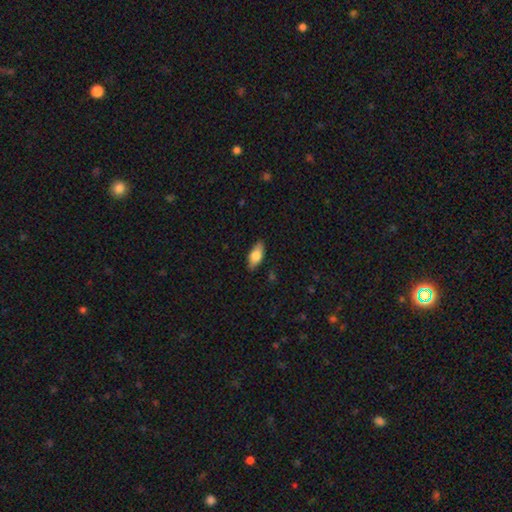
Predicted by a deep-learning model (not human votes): Morphology: type=smooth (72%); roundness=in between (85%); merging=none (85%).